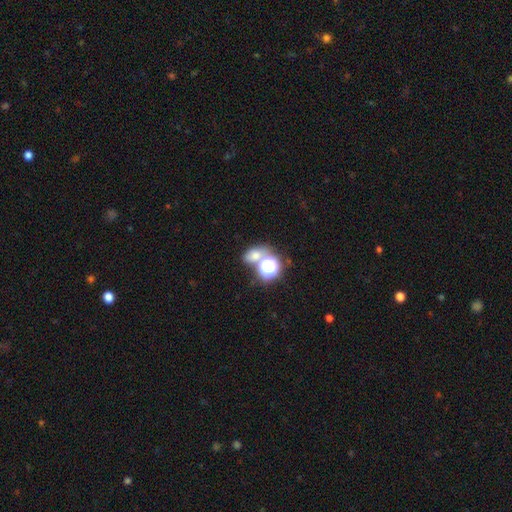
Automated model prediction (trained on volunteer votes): This is possibly a smooth galaxy (55%). How rounded: possibly round (51%). Merging: possibly none (51%).